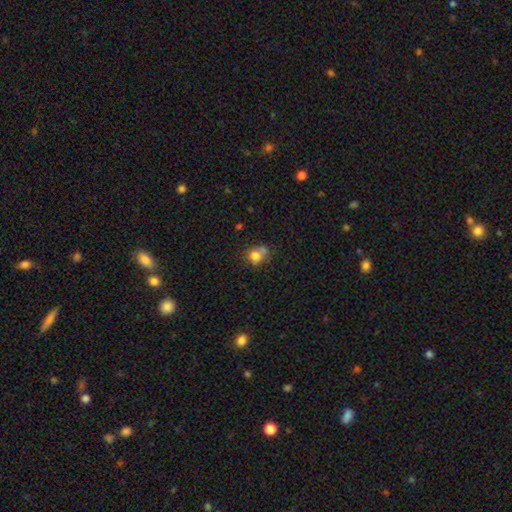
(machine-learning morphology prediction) Q: Smooth or featured?
A: smooth (77%); runner-up: featured or disk (12%)
Q: How rounded?
A: round (66%); runner-up: in between (33%)
Q: Merging?
A: none (42%); runner-up: merger (26%)